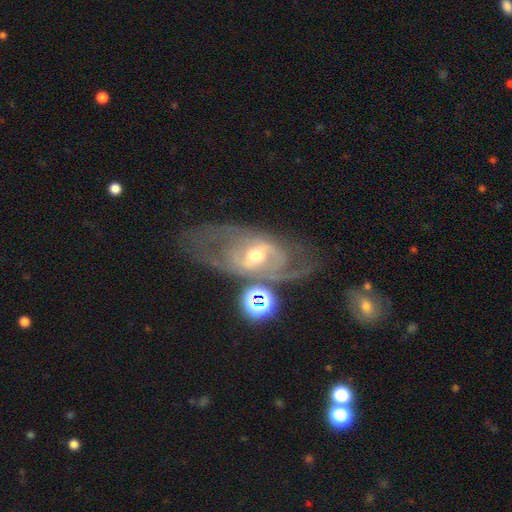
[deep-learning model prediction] smooth-or-featured: featured or disk: 81% | smooth: 11% | star or artifact: 8%
  disk-edge-on: no: 93% | yes: 7%
    bar: weak: 41% | strong: 33% | no: 27%
    has-spiral-arms: yes: 81% | no: 19%
      spiral-winding: medium: 46% | tight: 30% | loose: 24%
      spiral-arm-count: 2: 74% | can't tell: 15% | 1: 5% | 3: 4% | 4: 2% | more than 4: 2%
    bulge-size: moderate: 67% | small: 25% | large: 6% | none: 1% | dominant: 1%
  merging: none: 58% | minor disturbance: 16% | major disturbance: 15% | merger: 11%